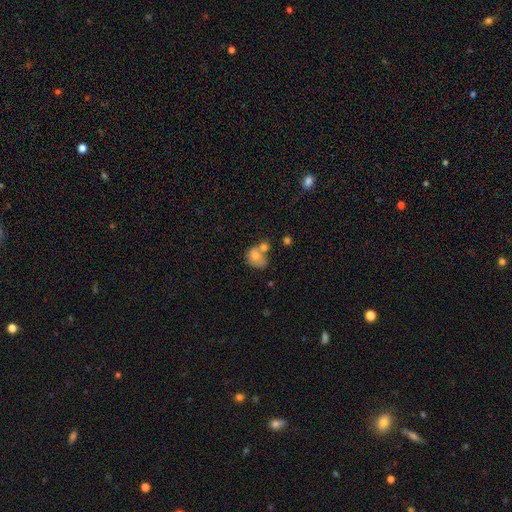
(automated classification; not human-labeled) Smooth or featured? smooth (71%)
How rounded? in between (52%)
Merging? merger (47%)